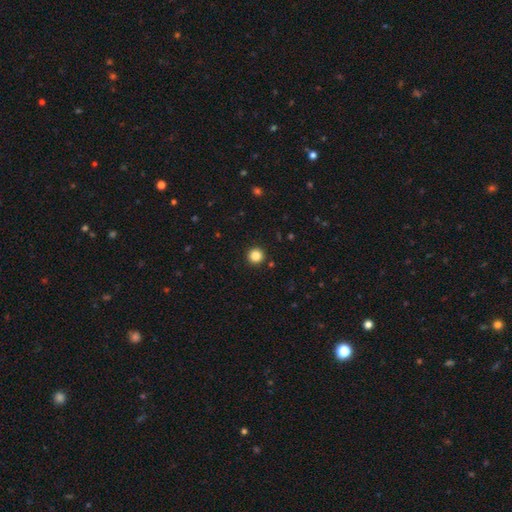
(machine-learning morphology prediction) The model was most divided on "smooth or featured": smooth: 85%, star or artifact: 11%, featured or disk: 4%. More confident: how rounded — round (96%); merging — none (93%).